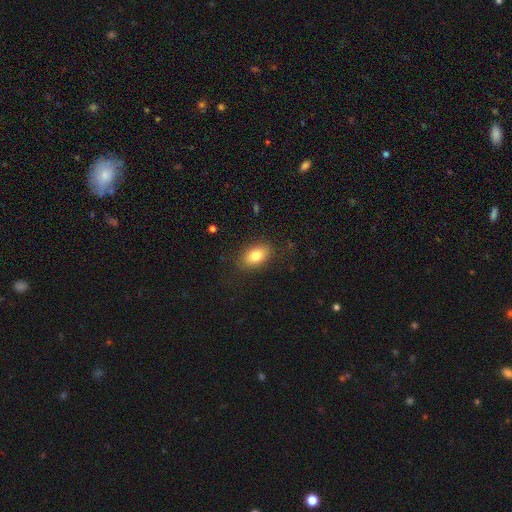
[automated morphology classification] Smooth or featured? smooth (80%)
How rounded? in between (89%)
Merging? none (84%)